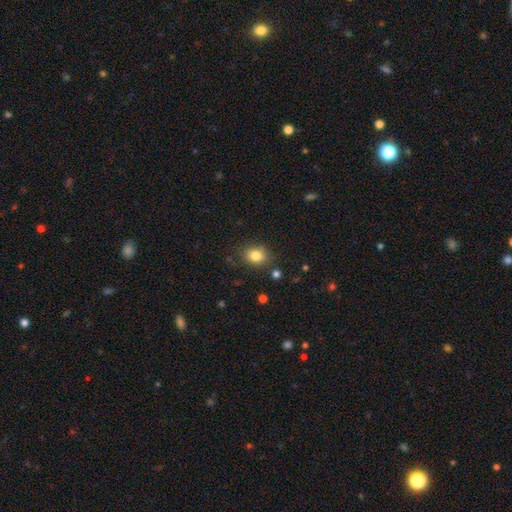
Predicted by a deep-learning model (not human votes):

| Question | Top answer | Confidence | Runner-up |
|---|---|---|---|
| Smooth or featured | smooth | 82% | star or artifact (11%) |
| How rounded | round | 56% | in between (43%) |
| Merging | none | 81% | minor disturbance (12%) |